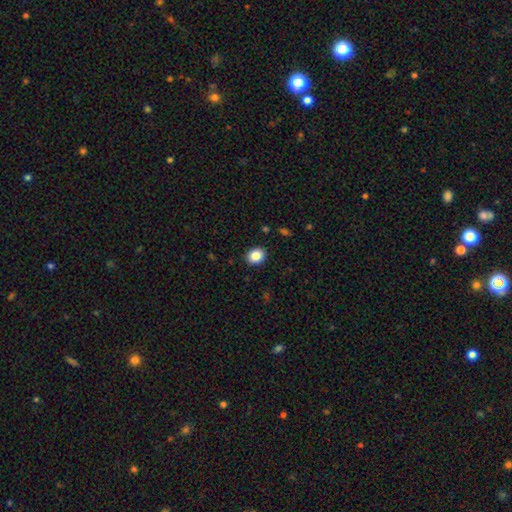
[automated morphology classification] A smooth galaxy with no disk features (86%) that is round (66%). Merging: none (91%).